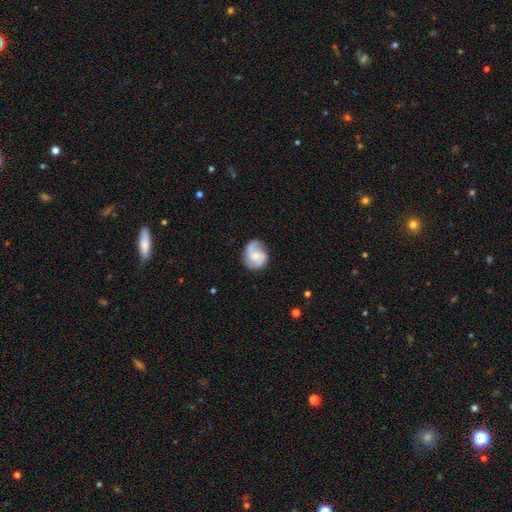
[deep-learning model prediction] smooth_or_featured: featured or disk (p=0.67) [alt: smooth p=0.27]
disk_edge_on: no (p=0.98) [alt: yes p=0.02]
bar: no (p=0.61) [alt: weak p=0.33]
has_spiral_arms: yes (p=0.92) [alt: no p=0.08]
spiral_winding: medium (p=0.46) [alt: tight p=0.27]
spiral_arm_count: 2 (p=0.56) [alt: 3 p=0.21]
bulge_size: small (p=0.40) [alt: moderate p=0.37]
merging: none (p=0.69) [alt: minor disturbance p=0.21]